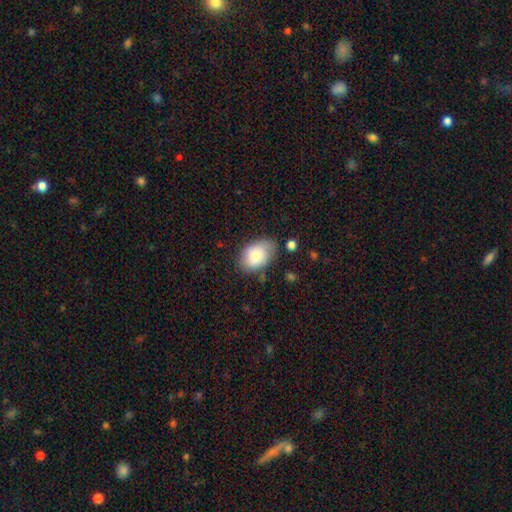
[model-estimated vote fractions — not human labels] Q: Smooth or featured?
A: smooth (77%); runner-up: featured or disk (15%)
Q: How rounded?
A: in between (84%); runner-up: round (15%)
Q: Merging?
A: none (65%); runner-up: minor disturbance (26%)